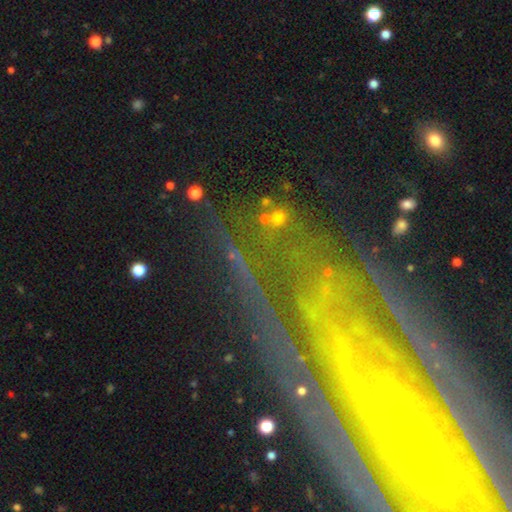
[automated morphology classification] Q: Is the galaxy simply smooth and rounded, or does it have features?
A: featured or disk — 63%.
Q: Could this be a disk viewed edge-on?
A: no — 84%.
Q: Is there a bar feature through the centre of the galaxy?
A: no — 40%.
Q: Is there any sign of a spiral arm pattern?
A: yes — 83%.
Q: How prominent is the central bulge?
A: small — 47%.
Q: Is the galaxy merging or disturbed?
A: none — 75%.